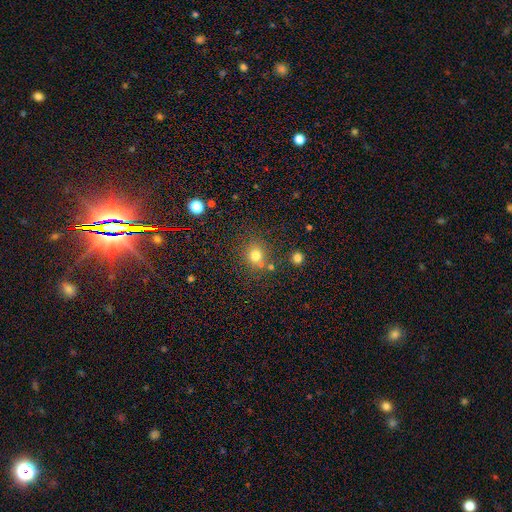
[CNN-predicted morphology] Smooth or featured?
  - smooth: 76% *
  - star or artifact: 16%
  - featured or disk: 7%
How rounded?
  - round: 85% *
  - in between: 14%
  - cigar-shaped: 1%
Merging?
  - none: 72% *
  - merger: 14%
  - minor disturbance: 11%
  - major disturbance: 4%